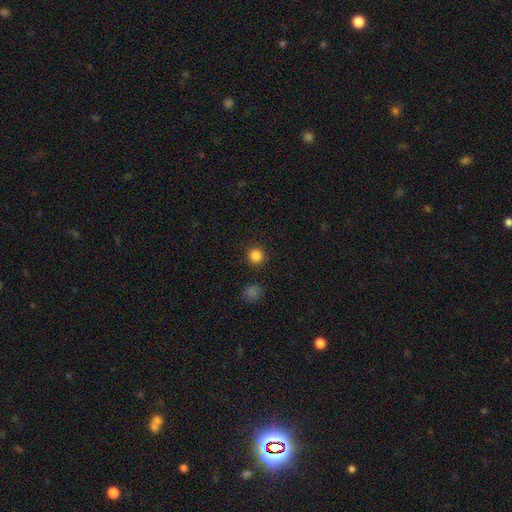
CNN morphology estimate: smooth_or_featured: smooth (p=0.85) [alt: star or artifact p=0.12]
how_rounded: round (p=0.94) [alt: in between p=0.05]
merging: none (p=0.92) [alt: minor disturbance p=0.05]